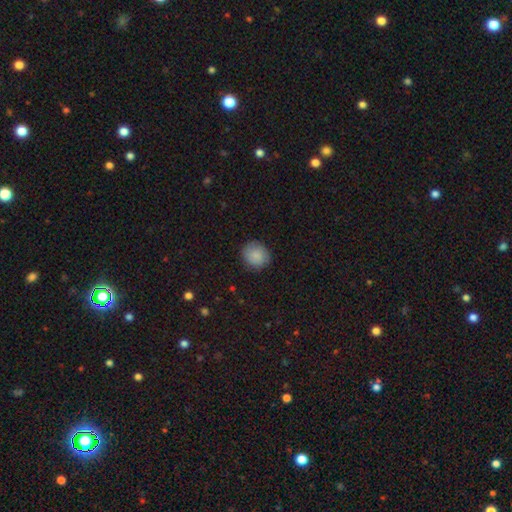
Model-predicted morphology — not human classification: Q: Smooth or featured?
A: smooth (84%); runner-up: featured or disk (9%)
Q: How rounded?
A: round (86%); runner-up: in between (13%)
Q: Merging?
A: none (86%); runner-up: minor disturbance (10%)